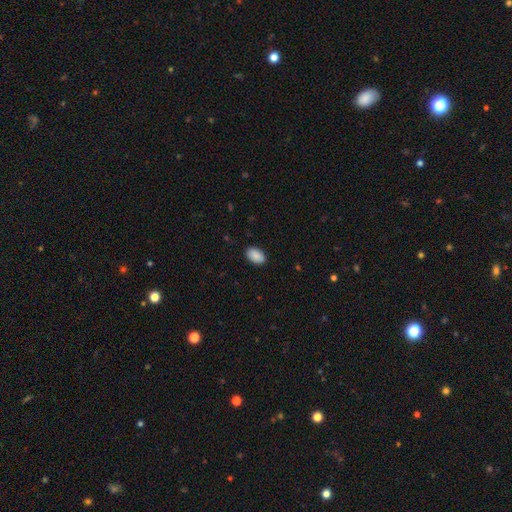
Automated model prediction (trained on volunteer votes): A smooth galaxy with no disk features (90%) that is in between round and cigar-shaped (91%).

Vote fractions:
- Smooth or featured? smooth: 90% / star or artifact: 7% / featured or disk: 4%
- How rounded? in between: 91% / round: 7% / cigar-shaped: 1%
- Merging? none: 88% / minor disturbance: 9% / major disturbance: 2% / merger: 1%